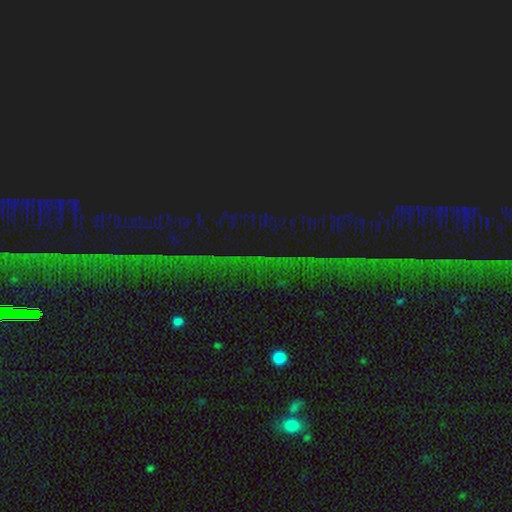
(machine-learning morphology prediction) smooth-or-featured: star or artifact: 85% | featured or disk: 8% | smooth: 6%